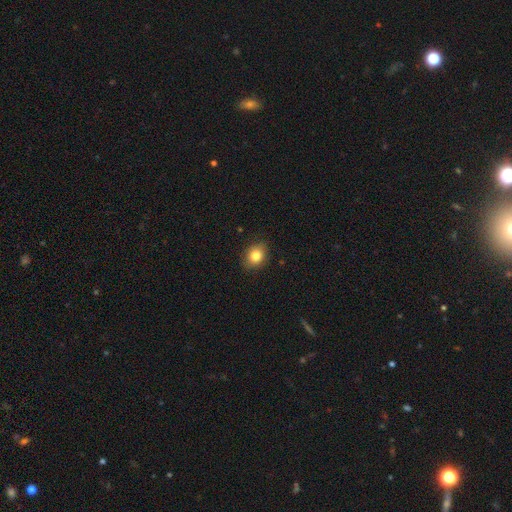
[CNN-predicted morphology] This appears to be a smooth galaxy with no disk features (82%) that is round (51%). Merging: none (86%).